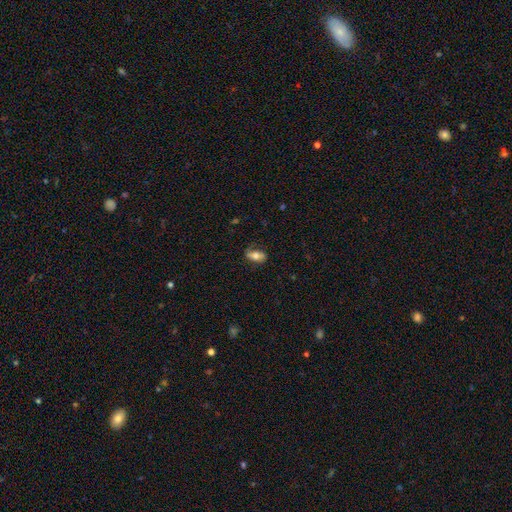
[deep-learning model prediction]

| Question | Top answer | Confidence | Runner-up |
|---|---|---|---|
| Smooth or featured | smooth | 63% | featured or disk (29%) |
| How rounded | in between | 87% | round (8%) |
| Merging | none | 71% | minor disturbance (21%) |